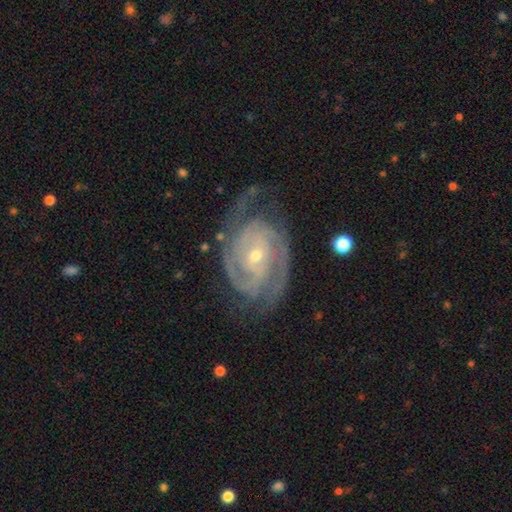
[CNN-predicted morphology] The model was most divided on "bar": no: 53%, weak: 34%, strong: 13%. More confident: spiral arms — yes (97%); edge-on disk — no (97%); smooth or featured — featured or disk (91%); merging — none (66%); bulge size — small (64%); spiral winding — tight (63%); spiral arm count — 2 (61%).